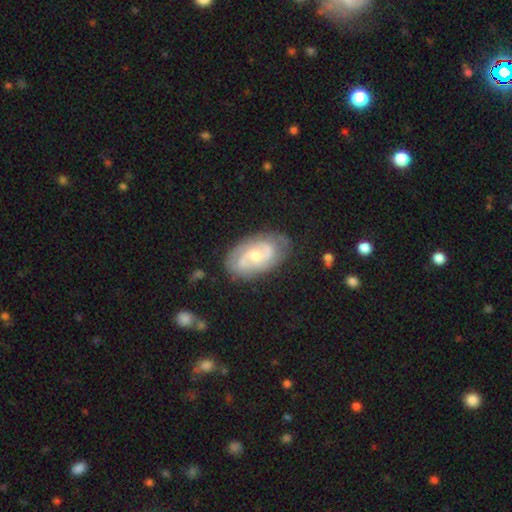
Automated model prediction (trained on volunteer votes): This appears to be a featured or disk galaxy (80%) with no bar (55%), 2 (68%) tight (46%) spiral arms (93%) and a moderate central bulge (54%). Merging: none (75%).